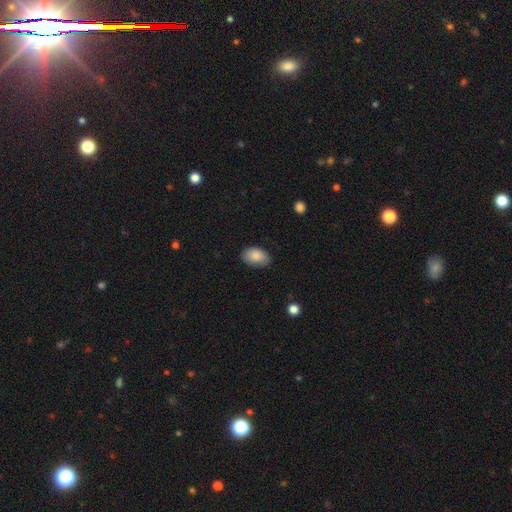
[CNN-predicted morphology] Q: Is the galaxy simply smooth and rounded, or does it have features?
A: smooth — 86%.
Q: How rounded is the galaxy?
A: in between — 89%.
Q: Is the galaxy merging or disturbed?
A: none — 80%.